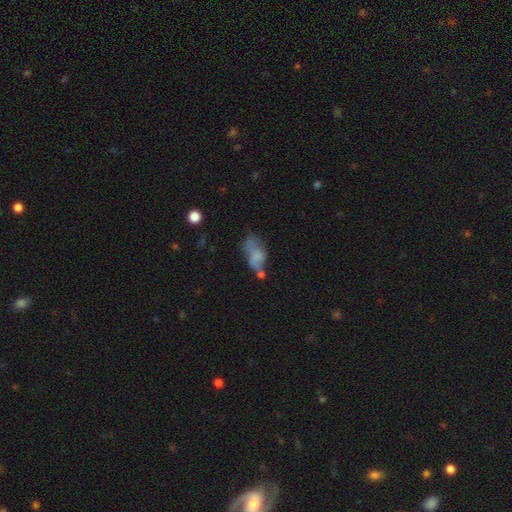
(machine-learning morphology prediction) Q: Smooth or featured?
A: smooth (62%); runner-up: featured or disk (27%)
Q: How rounded?
A: in between (89%); runner-up: round (7%)
Q: Merging?
A: none (27%); runner-up: major disturbance (25%)